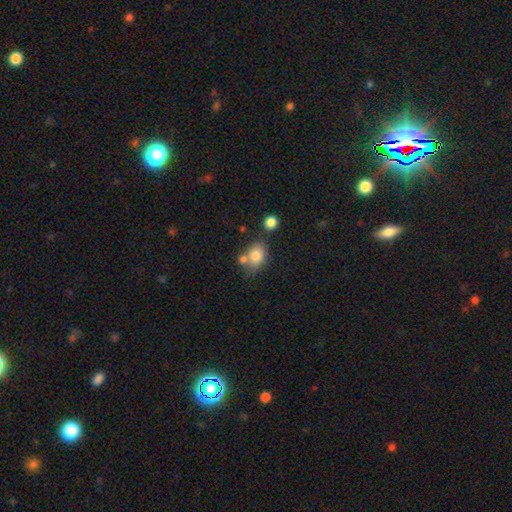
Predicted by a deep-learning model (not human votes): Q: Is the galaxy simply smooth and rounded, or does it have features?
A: smooth — 80%.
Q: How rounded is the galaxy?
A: in between — 59%.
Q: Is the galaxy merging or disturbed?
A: none — 54%.